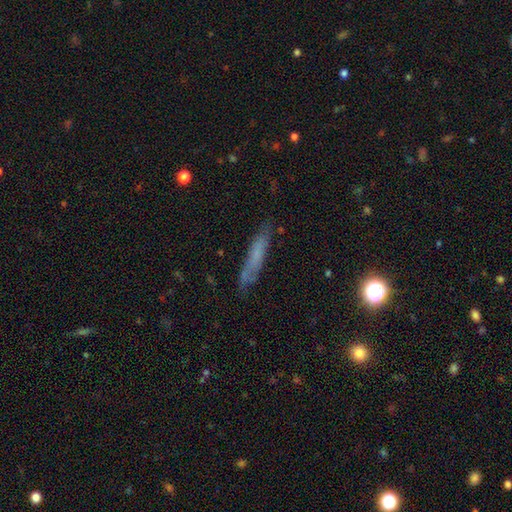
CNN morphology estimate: Overall: smooth (54%; featured or disk 34%). How rounded: cigar-shaped (87%). Merging: none (74%).